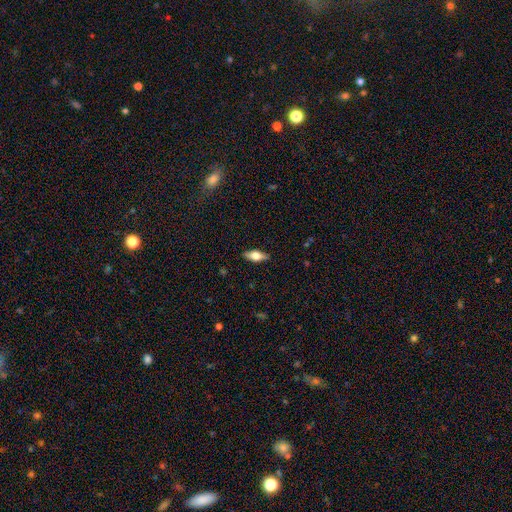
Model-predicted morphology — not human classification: Q: Smooth or featured?
A: smooth (56%); runner-up: featured or disk (38%)
Q: How rounded?
A: in between (74%); runner-up: cigar-shaped (23%)
Q: Merging?
A: none (88%); runner-up: minor disturbance (9%)